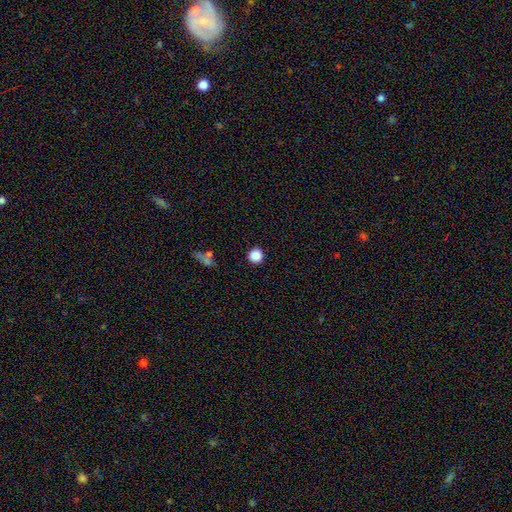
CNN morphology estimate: Q: Smooth or featured?
A: smooth (87%); runner-up: star or artifact (10%)
Q: How rounded?
A: round (96%); runner-up: in between (3%)
Q: Merging?
A: none (91%); runner-up: minor disturbance (5%)